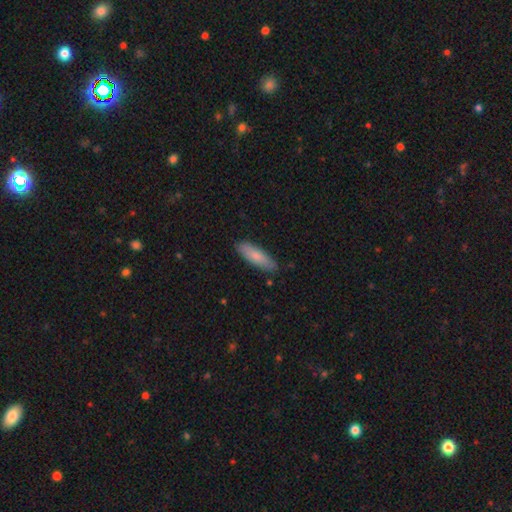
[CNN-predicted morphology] Smooth or featured: smooth — 81% (featured or disk — 13%)
How rounded: cigar-shaped — 52% (in between — 47%)
Merging: none — 85% (minor disturbance — 12%)